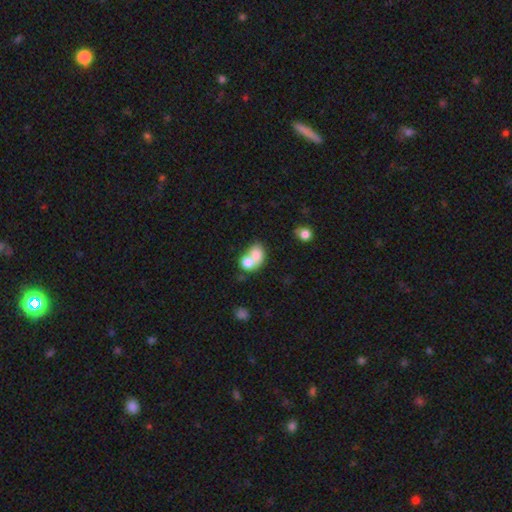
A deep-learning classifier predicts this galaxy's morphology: This is likely a smooth galaxy (74%). How rounded: possibly in between (55%). Merging: likely merger (68%).